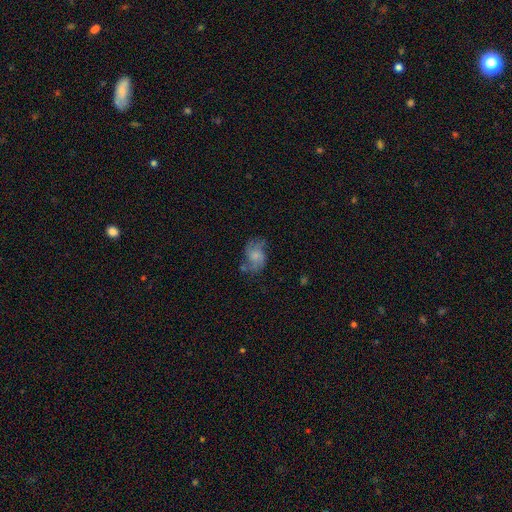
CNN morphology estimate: featured or disk 47%, smooth 44%, star or artifact 9%. Down the decision tree: merging — none (48%).